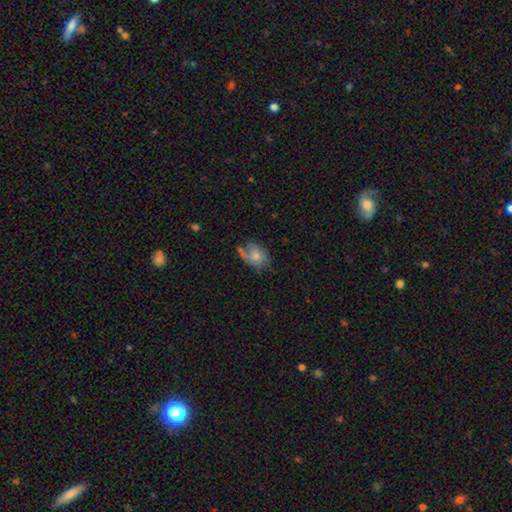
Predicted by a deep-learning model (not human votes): Morphology: type=smooth (62%); roundness=in between (66%); merging=none (46%).